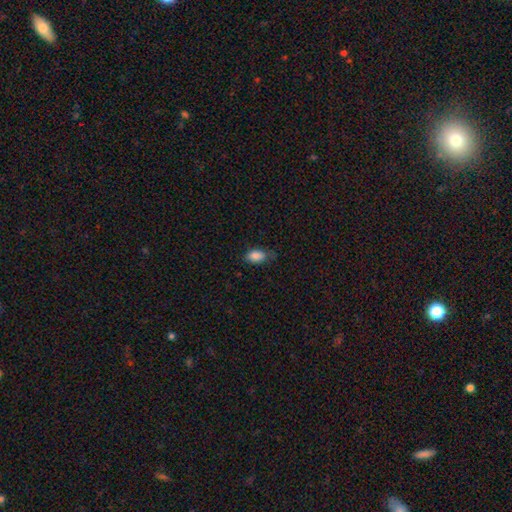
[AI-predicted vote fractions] A smooth galaxy with no disk features (87%) that is in between round and cigar-shaped (90%).

Vote fractions:
- Smooth or featured? smooth: 87% / star or artifact: 8% / featured or disk: 5%
- How rounded? in between: 90% / round: 7% / cigar-shaped: 2%
- Merging? none: 64% / minor disturbance: 28% / major disturbance: 7% / merger: 1%